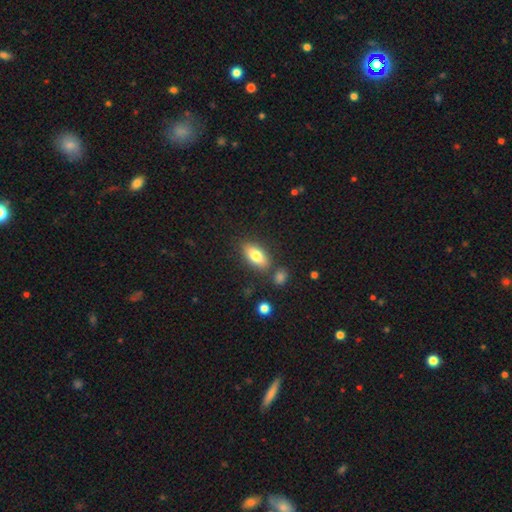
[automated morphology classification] Smooth or featured? Predicted: smooth (p=0.77). How rounded? Predicted: in between (p=0.85). Merging? Predicted: none (p=0.77).